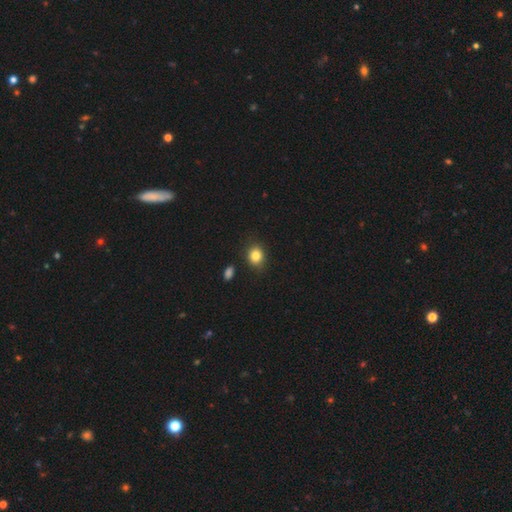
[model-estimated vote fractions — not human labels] Overall: smooth (84%). How rounded: round (58%; in between 41%). Merging: none (84%).